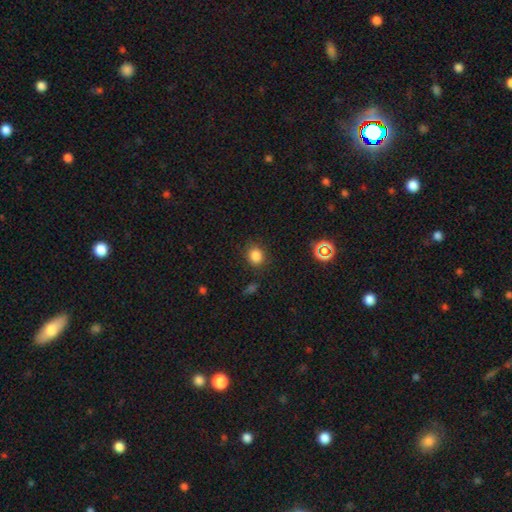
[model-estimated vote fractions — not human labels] Q: Smooth or featured?
A: smooth (82%); runner-up: star or artifact (13%)
Q: How rounded?
A: round (71%); runner-up: in between (28%)
Q: Merging?
A: none (83%); runner-up: minor disturbance (11%)